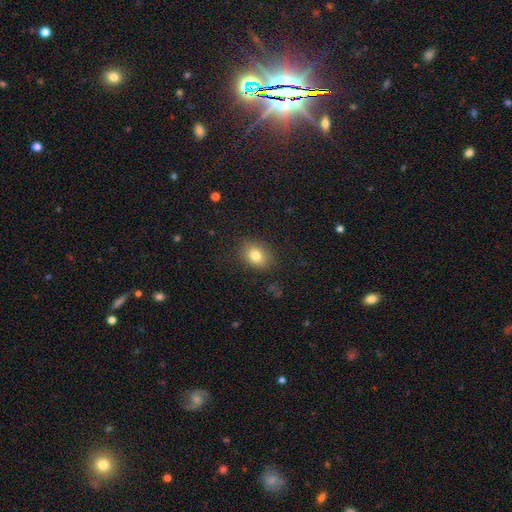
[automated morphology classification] type=smooth (80%); roundness=in between (64%); merging=none (84%).